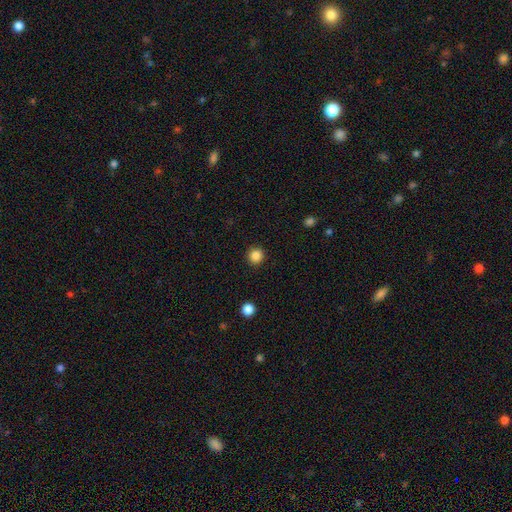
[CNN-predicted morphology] A smooth galaxy with no disk features (85%) that is round (95%). Merging: none (92%).